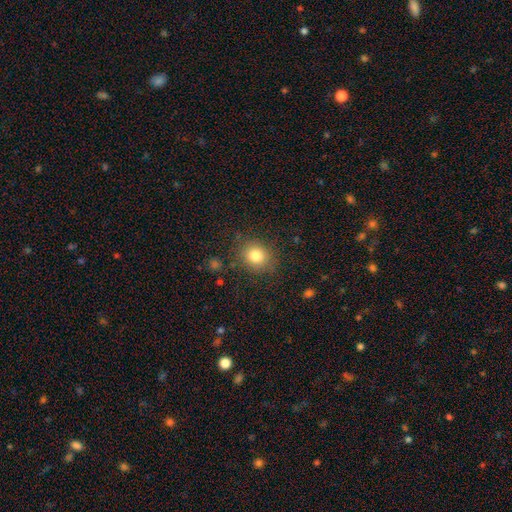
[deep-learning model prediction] Q: Smooth or featured?
A: smooth (81%); runner-up: star or artifact (11%)
Q: How rounded?
A: round (75%); runner-up: in between (24%)
Q: Merging?
A: none (84%); runner-up: minor disturbance (11%)